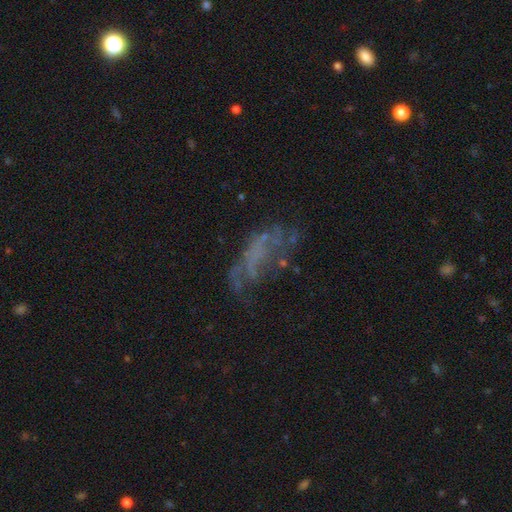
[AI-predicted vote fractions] The model was most divided on "merging": none: 39%, major disturbance: 36%, minor disturbance: 19%, merger: 6%. More confident: edge-on disk — no (94%); bar — no (85%); bulge size — none (84%); spiral arms — no (75%); smooth or featured — featured or disk (55%).